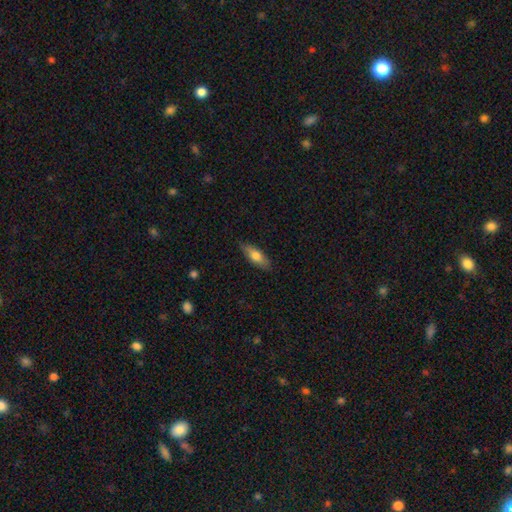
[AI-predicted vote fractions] smooth 69%, featured or disk 25%, star or artifact 6%. Down the decision tree: how rounded — in between (62%); merging — none (85%).